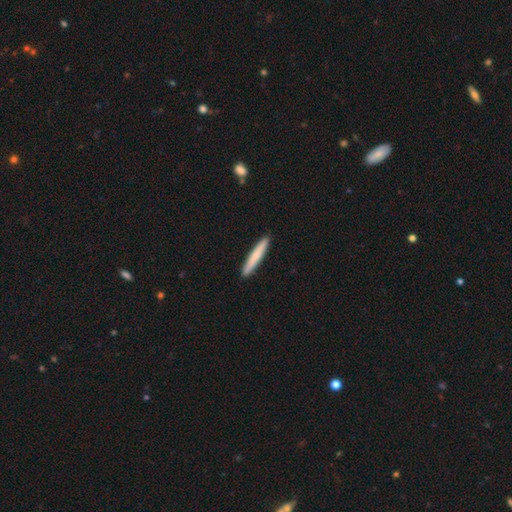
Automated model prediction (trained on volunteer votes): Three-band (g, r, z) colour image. It shows a smooth galaxy with no disk features (74%) that is cigar-shaped (95%). Merging: none (92%).